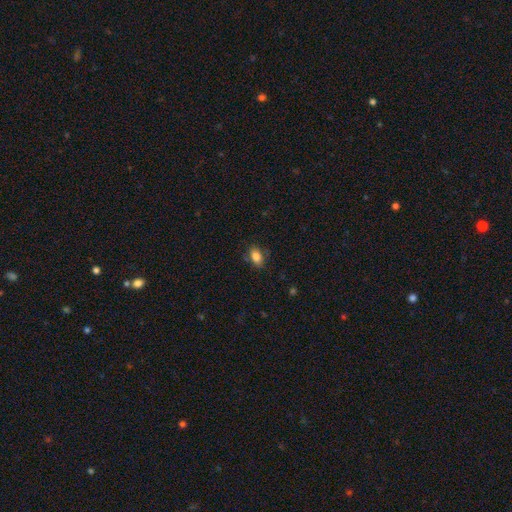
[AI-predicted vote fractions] smooth-or-featured: smooth: 84% | star or artifact: 9% | featured or disk: 7%
  how-rounded: in between: 86% | round: 12% | cigar-shaped: 2%
  merging: none: 80% | minor disturbance: 14% | major disturbance: 3% | merger: 2%